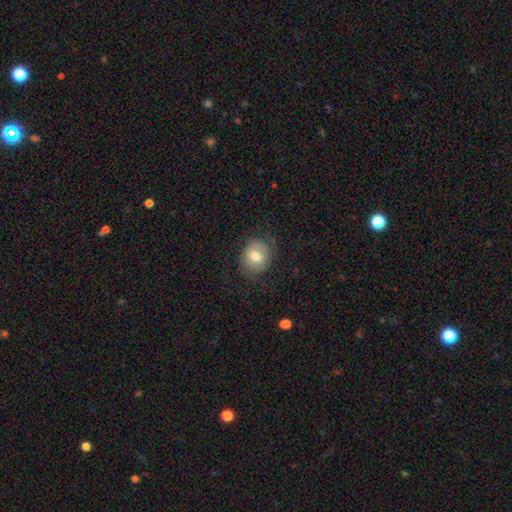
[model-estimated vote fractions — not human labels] A smooth galaxy with no disk features (69%) that is round (66%). Merging: none (73%).